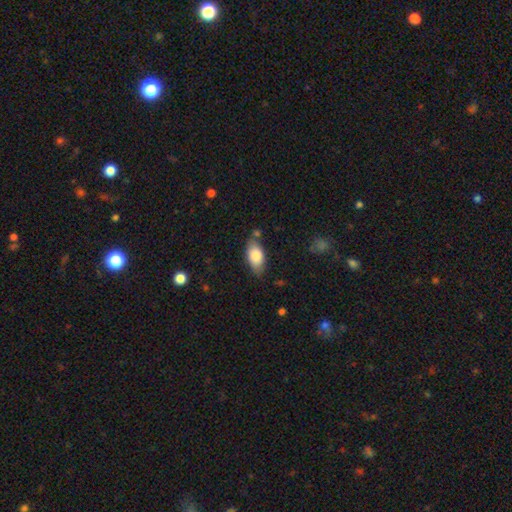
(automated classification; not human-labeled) smooth-or-featured: smooth: 81% | featured or disk: 12% | star or artifact: 7%
  how-rounded: in between: 92% | cigar-shaped: 5% | round: 3%
  merging: none: 73% | minor disturbance: 19% | merger: 5% | major disturbance: 4%